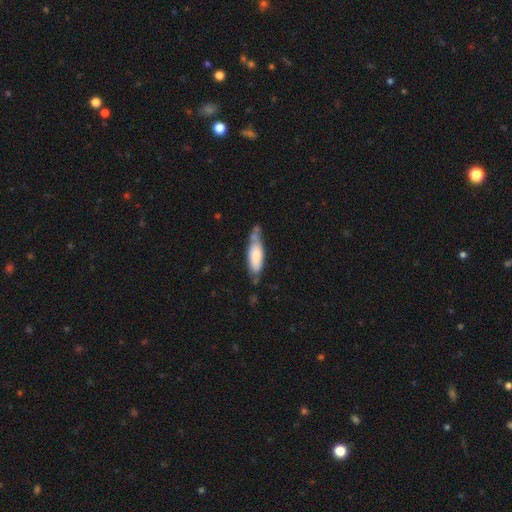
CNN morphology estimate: A smooth galaxy with no disk features (71%) that is in between round and cigar-shaped (53%).

Vote fractions:
- Smooth or featured? smooth: 71% / featured or disk: 23% / star or artifact: 6%
- How rounded? in between: 53% / cigar-shaped: 45% / round: 1%
- Merging? none: 46% / minor disturbance: 34% / merger: 10% / major disturbance: 10%